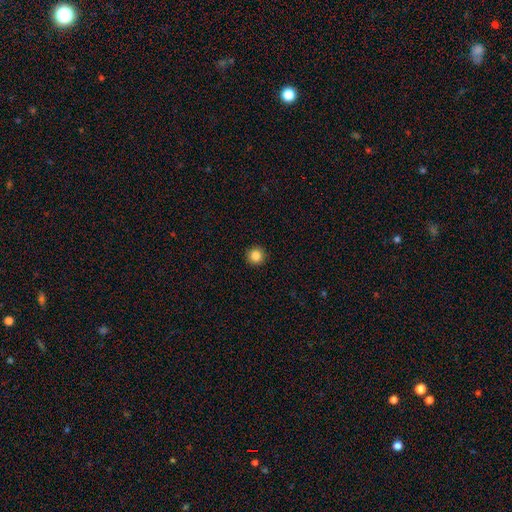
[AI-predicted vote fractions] Smooth or featured? smooth (85%)
How rounded? round (96%)
Merging? none (93%)